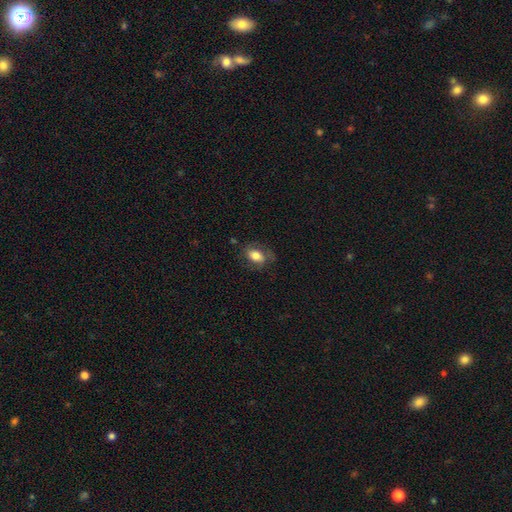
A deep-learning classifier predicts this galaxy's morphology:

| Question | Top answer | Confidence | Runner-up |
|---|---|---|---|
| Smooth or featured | smooth | 68% | featured or disk (24%) |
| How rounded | in between | 83% | round (15%) |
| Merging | none | 64% | minor disturbance (22%) |